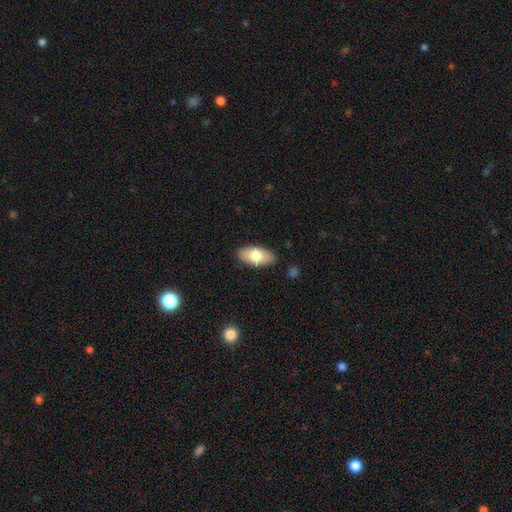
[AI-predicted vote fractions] Smooth or featured?
  - smooth: 74% *
  - featured or disk: 20%
  - star or artifact: 6%
How rounded?
  - in between: 91% *
  - cigar-shaped: 6%
  - round: 3%
Merging?
  - none: 87% *
  - minor disturbance: 10%
  - major disturbance: 2%
  - merger: 1%